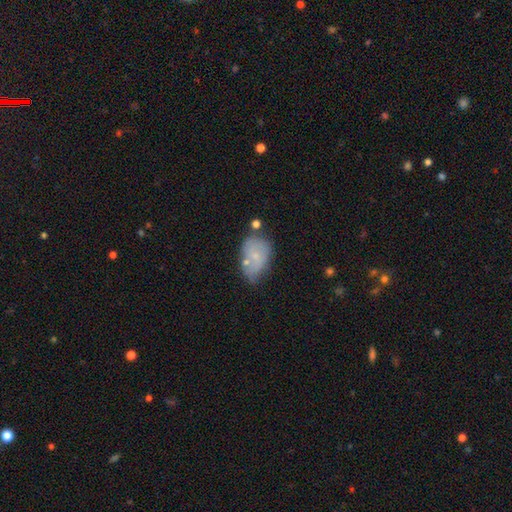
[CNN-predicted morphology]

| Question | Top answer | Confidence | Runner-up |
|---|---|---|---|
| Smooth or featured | smooth | 56% | featured or disk (35%) |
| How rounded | in between | 85% | round (13%) |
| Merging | none | 37% | minor disturbance (33%) |